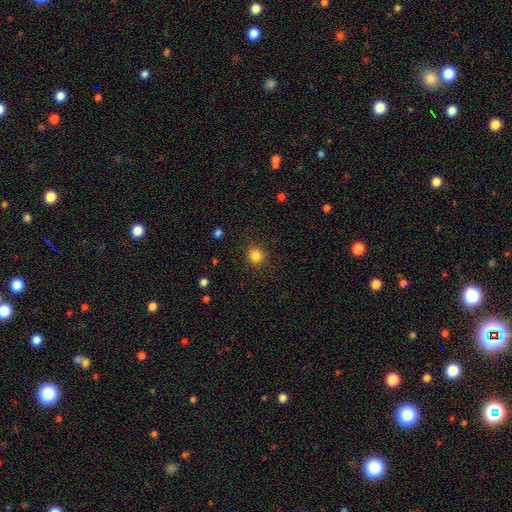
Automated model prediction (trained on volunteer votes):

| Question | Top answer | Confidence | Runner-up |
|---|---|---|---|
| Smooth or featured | smooth | 84% | star or artifact (12%) |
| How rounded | round | 88% | in between (12%) |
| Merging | none | 89% | minor disturbance (8%) |